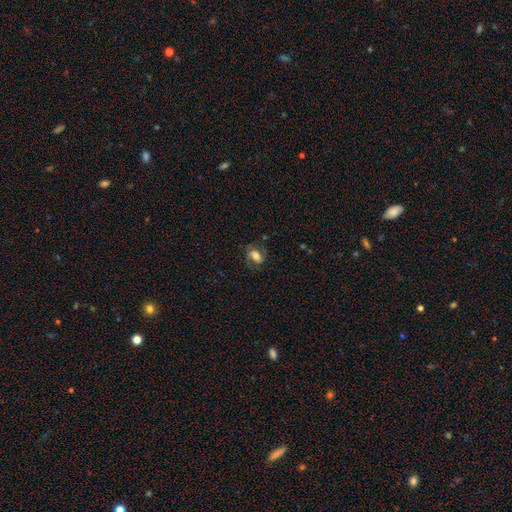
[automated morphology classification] Smooth or featured? Predicted: smooth (p=0.51). How rounded? Predicted: in between (p=0.78). Merging? Predicted: none (p=0.67).